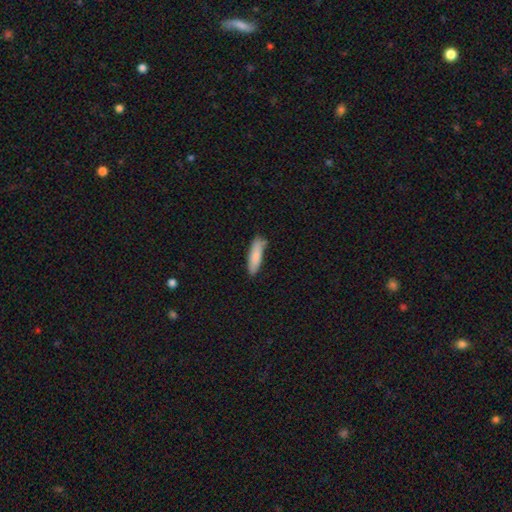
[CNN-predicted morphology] Overall: smooth (84%). How rounded: cigar-shaped (63%; in between 36%). Merging: none (72%).